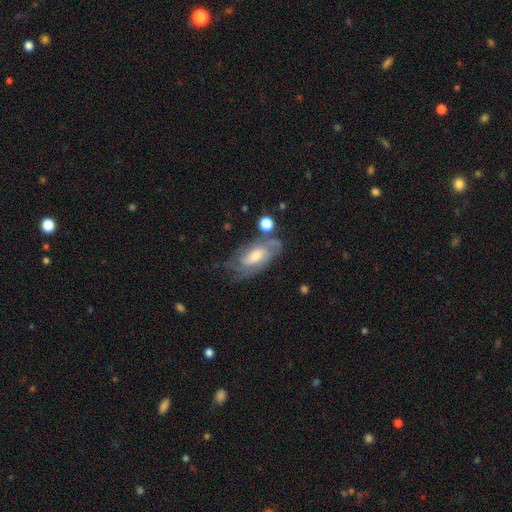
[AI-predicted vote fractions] Morphology: type=featured or disk (70%); edge-on=no (91%); bar=no (49%); spiral arms=yes (88%); winding=tight (48%); arm count=can't tell (39%); bulge=moderate (59%); merging=none (58%).